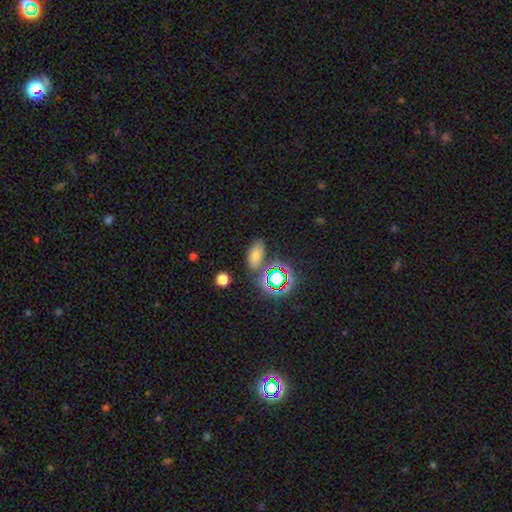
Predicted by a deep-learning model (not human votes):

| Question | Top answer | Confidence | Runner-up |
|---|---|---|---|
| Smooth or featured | smooth | 60% | star or artifact (30%) |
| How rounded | in between | 86% | round (10%) |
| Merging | none | 75% | minor disturbance (12%) |